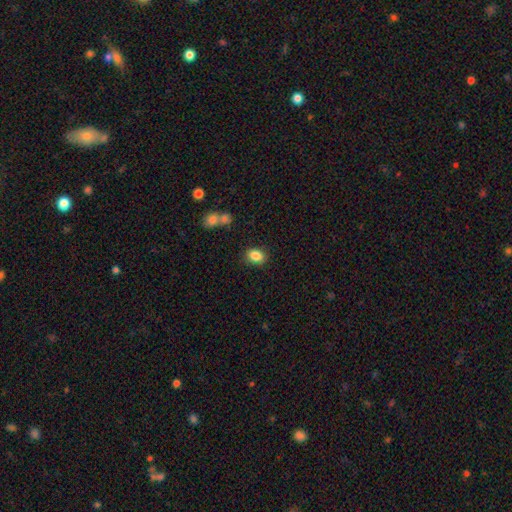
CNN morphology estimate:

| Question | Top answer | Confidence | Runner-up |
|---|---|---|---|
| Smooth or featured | smooth | 86% | star or artifact (9%) |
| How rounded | in between | 68% | round (31%) |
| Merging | none | 84% | minor disturbance (11%) |